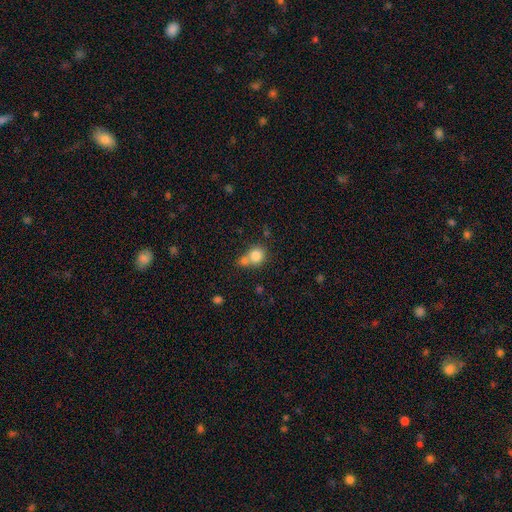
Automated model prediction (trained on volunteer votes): smooth 81%, star or artifact 10%, featured or disk 9%. Down the decision tree: how rounded — round (80%); merging — merger (44%, tied with none).